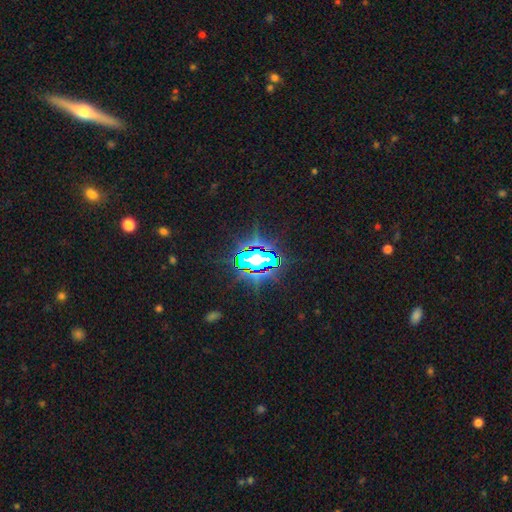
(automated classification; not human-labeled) This appears to be a star or artifact, not a galaxy (81%).